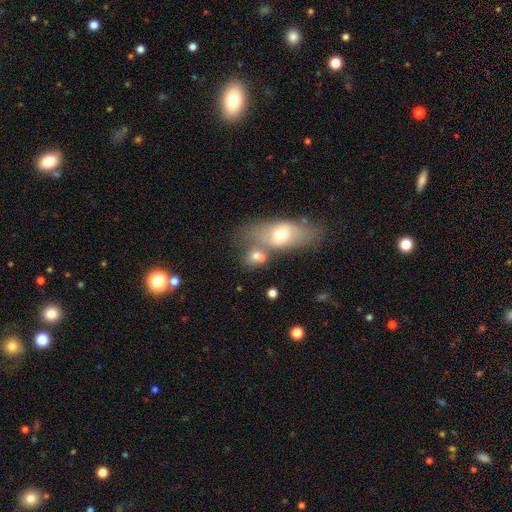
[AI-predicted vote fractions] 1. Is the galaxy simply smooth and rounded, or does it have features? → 68% smooth, 21% featured or disk, 10% star or artifact.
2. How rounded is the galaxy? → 59% in between, 34% round, 7% cigar-shaped.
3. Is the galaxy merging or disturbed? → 41% none, 38% merger, 13% minor disturbance, 8% major disturbance.